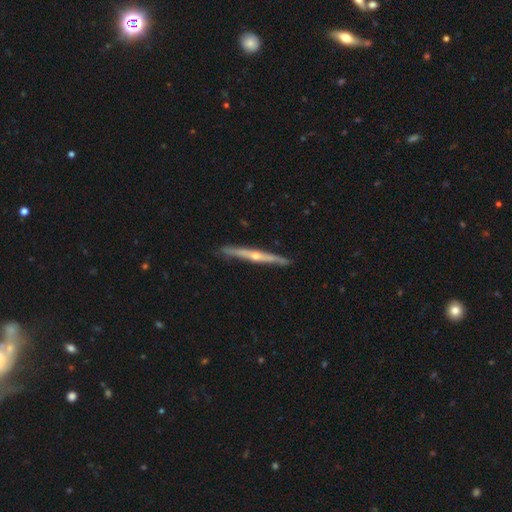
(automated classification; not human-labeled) smooth_or_featured: featured or disk (p=0.78) [alt: smooth p=0.16]
disk_edge_on: yes (p=0.97) [alt: no p=0.03]
edge_on_bulge: rounded (p=0.82) [alt: none p=0.15]
merging: none (p=0.89) [alt: minor disturbance p=0.08]